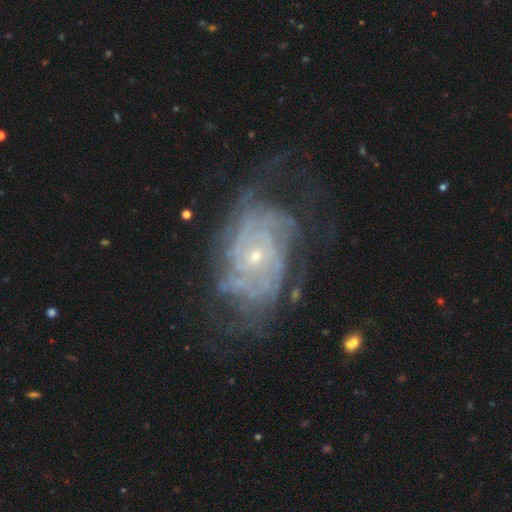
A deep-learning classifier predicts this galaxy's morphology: This is clearly a featured or disk galaxy (86%). It is clearly not viewed edge-on (96%). Bar: likely no (73%). Spiral arm pattern: clearly yes (93%). Spiral arm count: marginally can't tell (42%). Spiral winding: likely tight (68%). Central bulge: likely small (74%). Merging: possibly none (59%).